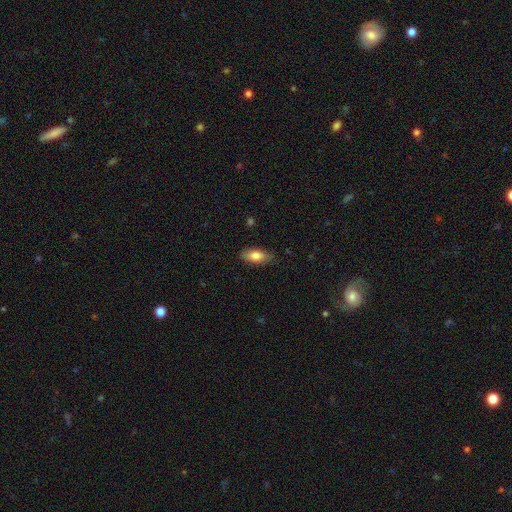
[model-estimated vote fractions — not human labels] smooth_or_featured: smooth (p=0.80) [alt: featured or disk p=0.14]
how_rounded: in between (p=0.82) [alt: cigar-shaped p=0.15]
merging: none (p=0.82) [alt: minor disturbance p=0.14]